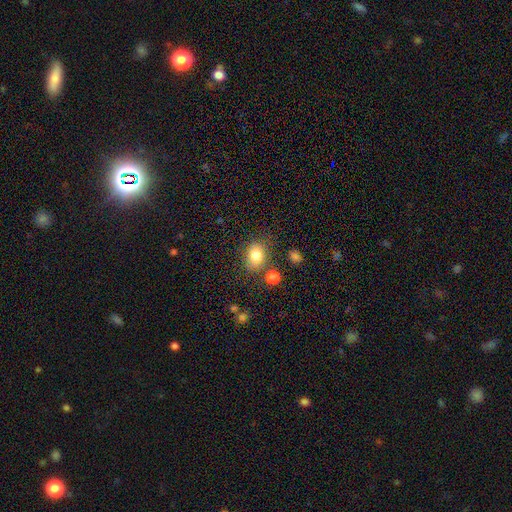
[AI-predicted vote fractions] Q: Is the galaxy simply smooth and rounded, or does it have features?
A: smooth — 80%.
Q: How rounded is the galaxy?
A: in between — 58%.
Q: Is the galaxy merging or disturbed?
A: none — 75%.